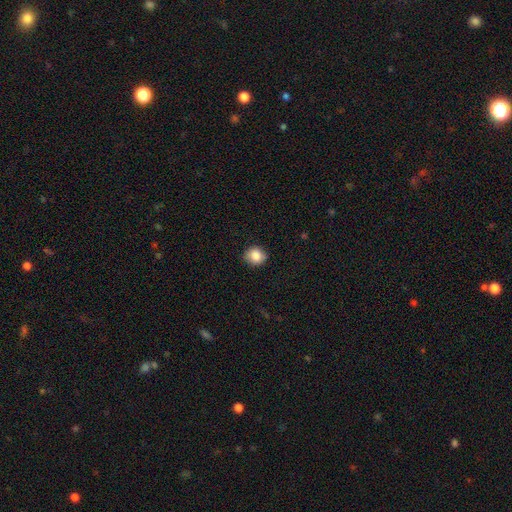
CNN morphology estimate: smooth 85%, star or artifact 9%, featured or disk 7%. Down the decision tree: how rounded — round (75%); merging — none (84%).